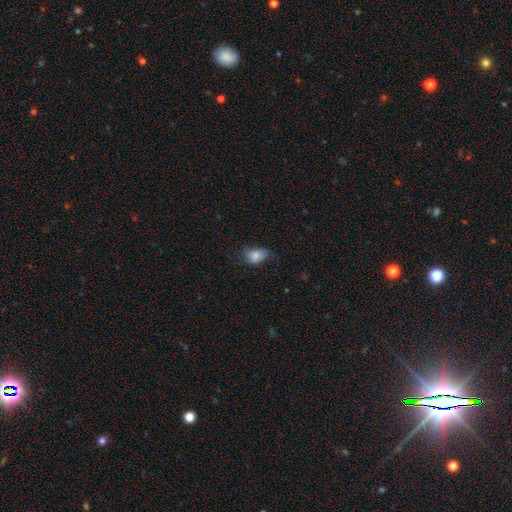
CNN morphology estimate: The model was most divided on "merging": none: 45%, minor disturbance: 38%, major disturbance: 15%, merger: 2%. More confident: how rounded — in between (81%); smooth or featured — smooth (78%).